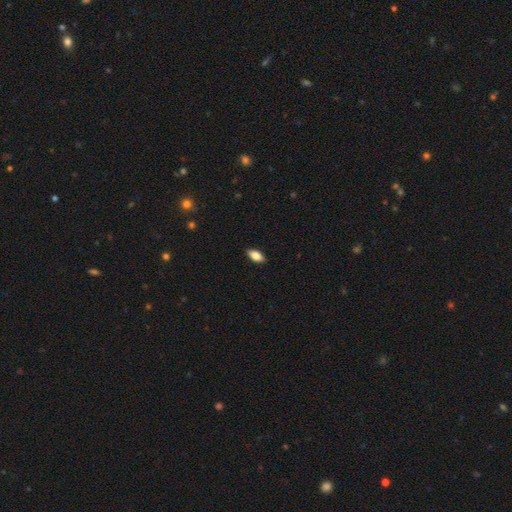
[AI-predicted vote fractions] smooth-or-featured: smooth: 81% | featured or disk: 12% | star or artifact: 7%
  how-rounded: in between: 87% | cigar-shaped: 11% | round: 3%
  merging: none: 89% | minor disturbance: 8% | major disturbance: 2% | merger: 1%